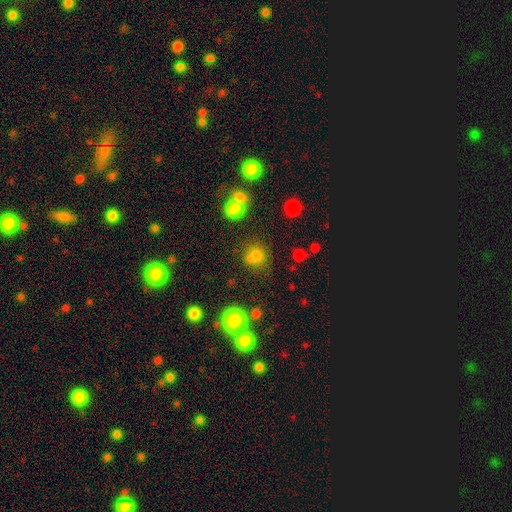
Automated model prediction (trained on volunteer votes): Smooth or featured? Predicted: smooth (p=0.74). How rounded? Predicted: round (p=0.83). Merging? Predicted: none (p=0.65).